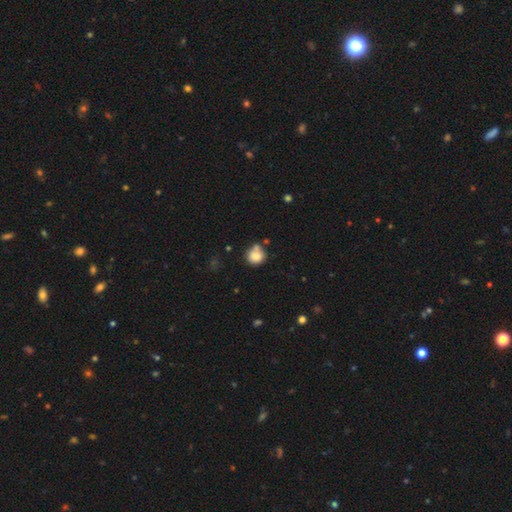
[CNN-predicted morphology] smooth 80%, featured or disk 10%, star or artifact 10%. Down the decision tree: how rounded — round (82%); merging — none (50%).